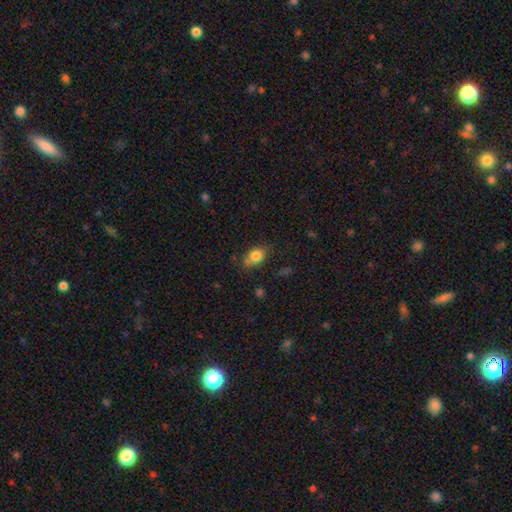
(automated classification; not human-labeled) The model was most divided on "how rounded": in between: 57%, round: 41%, cigar-shaped: 2%. More confident: smooth or featured — smooth (81%); merging — none (63%).